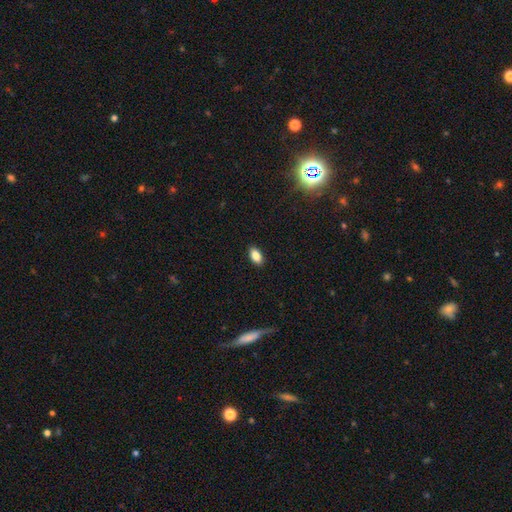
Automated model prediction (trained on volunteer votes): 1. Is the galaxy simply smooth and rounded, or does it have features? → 85% smooth, 9% star or artifact, 7% featured or disk.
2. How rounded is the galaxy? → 91% in between, 5% round, 4% cigar-shaped.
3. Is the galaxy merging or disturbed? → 89% none, 8% minor disturbance, 2% major disturbance, 1% merger.